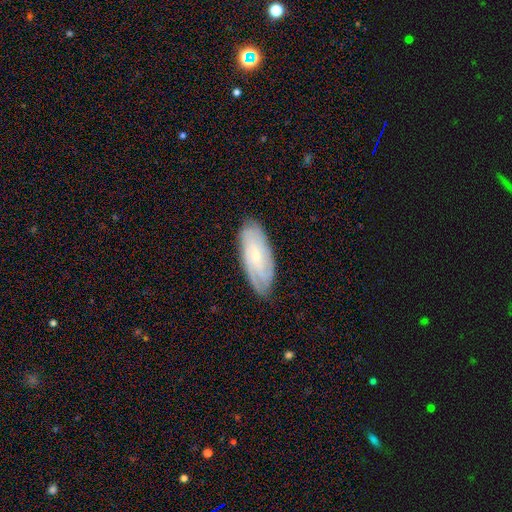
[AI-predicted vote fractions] Q: Smooth or featured?
A: featured or disk (68%); runner-up: smooth (25%)
Q: Edge-on disk?
A: no (90%); runner-up: yes (10%)
Q: Bar?
A: no (58%); runner-up: weak (33%)
Q: Spiral arms?
A: yes (91%); runner-up: no (9%)
Q: Spiral winding?
A: tight (70%); runner-up: medium (24%)
Q: Spiral arm count?
A: can't tell (46%); runner-up: 2 (22%)
Q: Bulge size?
A: small (71%); runner-up: moderate (24%)
Q: Merging?
A: none (80%); runner-up: minor disturbance (16%)